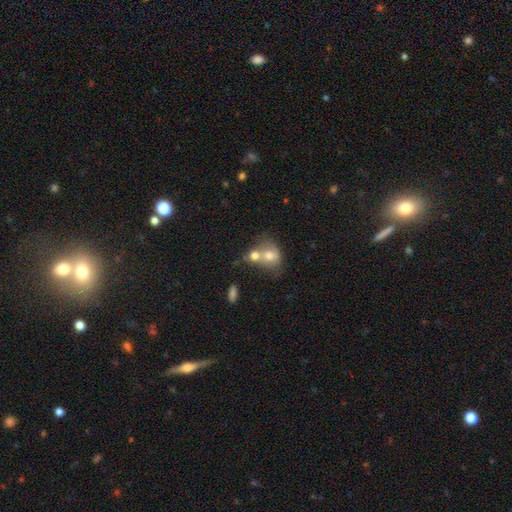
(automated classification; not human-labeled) The model was most divided on "how rounded": round: 52%, in between: 46%, cigar-shaped: 1%. More confident: smooth or featured — smooth (68%); merging — merger (65%).